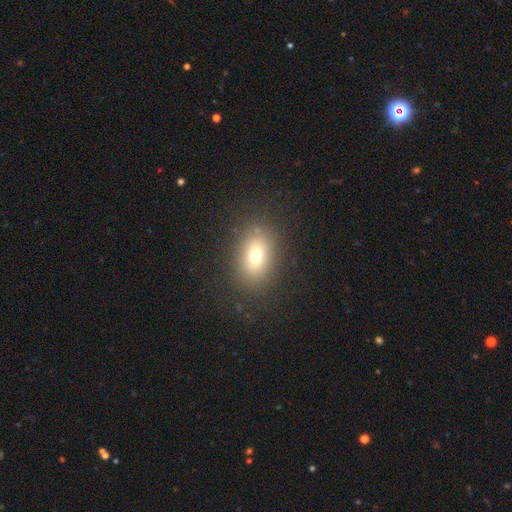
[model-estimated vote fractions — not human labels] Smooth or featured?
  - smooth: 73% *
  - star or artifact: 14%
  - featured or disk: 14%
How rounded?
  - in between: 72% *
  - round: 26%
  - cigar-shaped: 2%
Merging?
  - none: 85% *
  - minor disturbance: 9%
  - major disturbance: 5%
  - merger: 1%